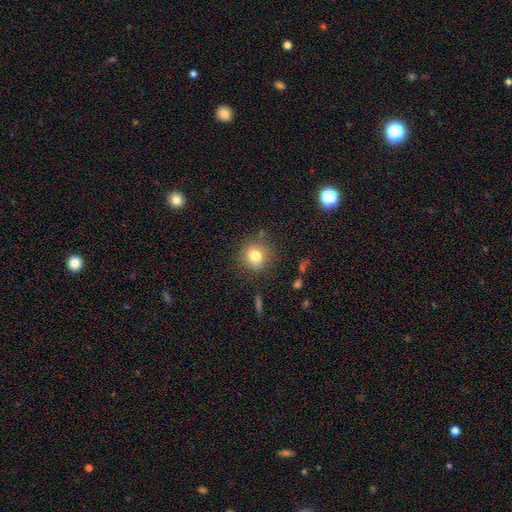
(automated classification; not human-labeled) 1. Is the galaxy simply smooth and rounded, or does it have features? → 79% smooth, 11% star or artifact, 10% featured or disk.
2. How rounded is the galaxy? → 82% round, 17% in between, 1% cigar-shaped.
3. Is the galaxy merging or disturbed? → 80% none, 13% minor disturbance, 4% major disturbance, 3% merger.